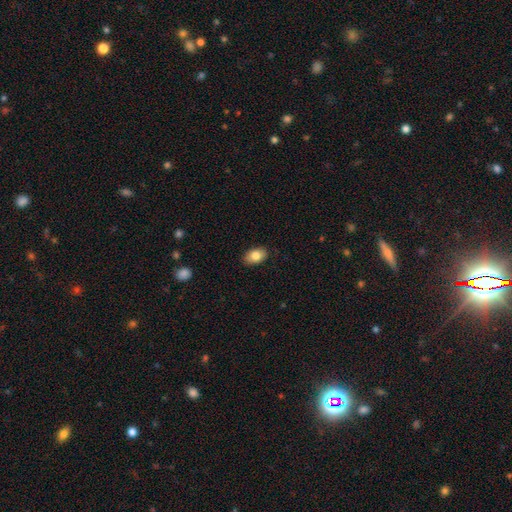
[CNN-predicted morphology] Smooth or featured? smooth (83%)
How rounded? in between (89%)
Merging? none (88%)